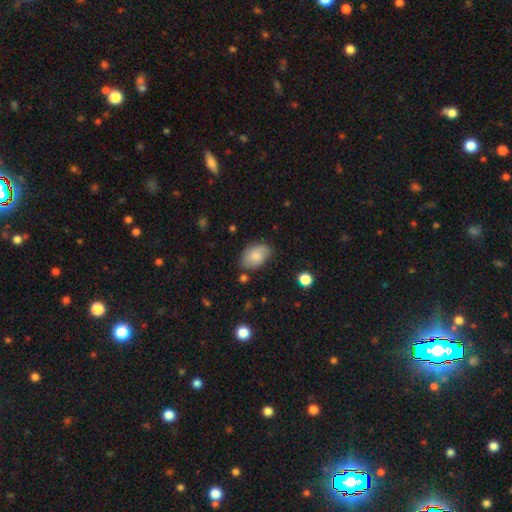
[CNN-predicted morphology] Smooth or featured? smooth (71%)
How rounded? in between (84%)
Merging? none (69%)